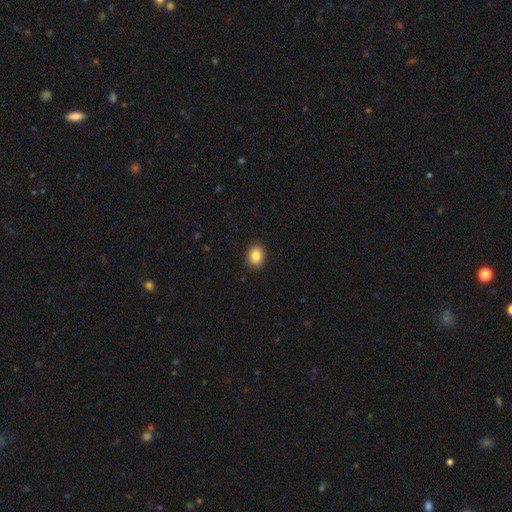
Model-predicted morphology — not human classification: A smooth galaxy with no disk features (86%) that is in between round and cigar-shaped (62%).

Vote fractions:
- Smooth or featured? smooth: 86% / star or artifact: 9% / featured or disk: 6%
- How rounded? in between: 62% / round: 37% / cigar-shaped: 1%
- Merging? none: 91% / minor disturbance: 6% / major disturbance: 2% / merger: 1%